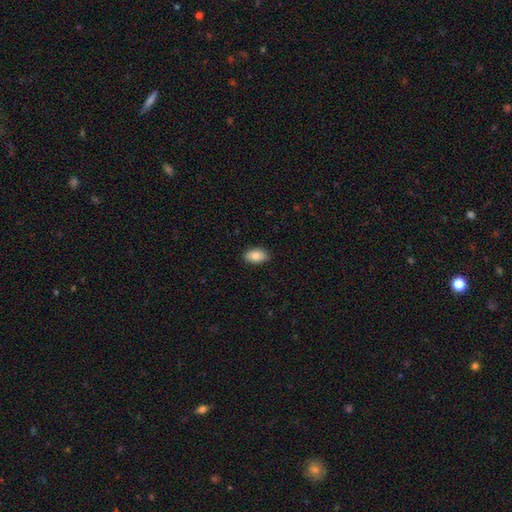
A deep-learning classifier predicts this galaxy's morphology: Smooth or featured?
  - smooth: 86% *
  - featured or disk: 7%
  - star or artifact: 7%
How rounded?
  - in between: 93% *
  - round: 6%
  - cigar-shaped: 2%
Merging?
  - none: 88% *
  - minor disturbance: 10%
  - major disturbance: 2%
  - merger: 1%